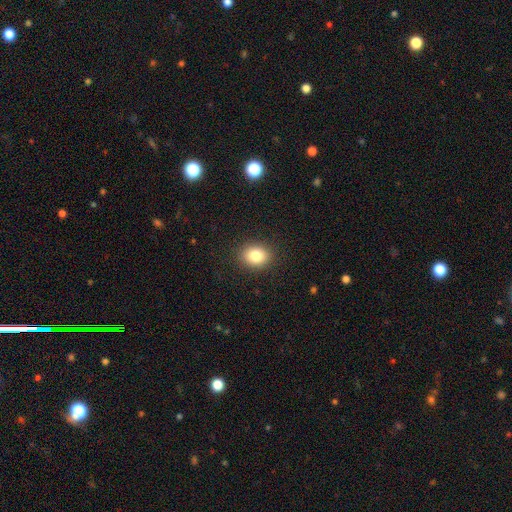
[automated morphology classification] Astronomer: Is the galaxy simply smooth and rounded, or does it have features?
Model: smooth — 83%.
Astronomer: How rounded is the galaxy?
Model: round — 52% (runner-up: in between, 47%).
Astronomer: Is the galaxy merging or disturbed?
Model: none — 89%.